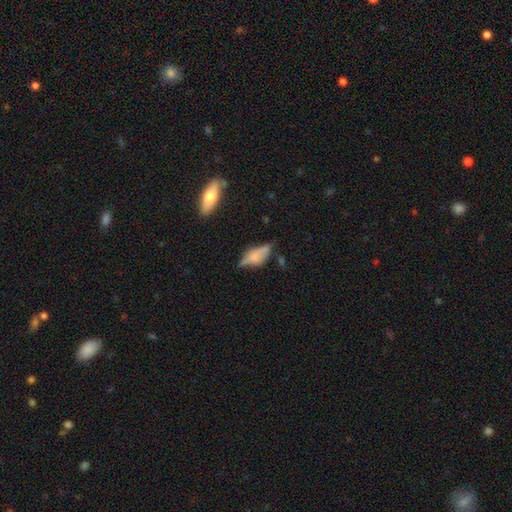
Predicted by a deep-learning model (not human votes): This is possibly a smooth galaxy (47%). Merging: possibly none (47%).